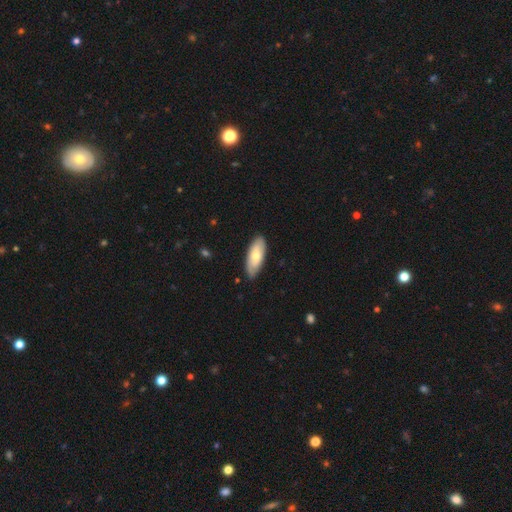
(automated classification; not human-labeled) This is likely a smooth galaxy (67%). How rounded: clearly in between (82%). Merging: clearly none (85%).